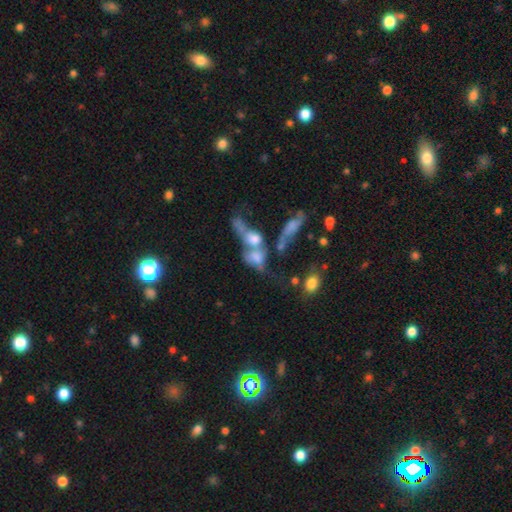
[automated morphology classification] The model was most divided on "smooth or featured": featured or disk: 45%, smooth: 36%, star or artifact: 19%. More confident: merging — merger (64%).